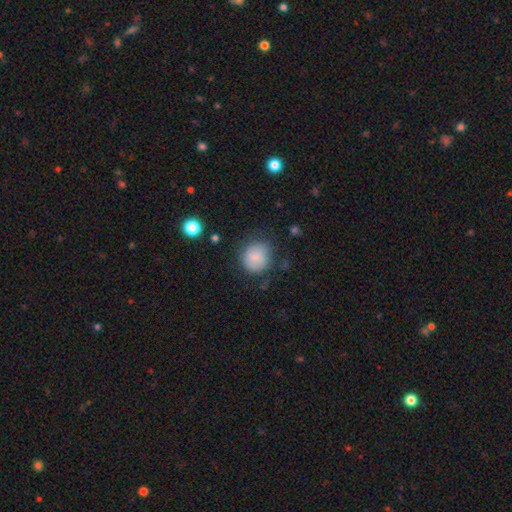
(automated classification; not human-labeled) Morphology: type=smooth (83%); roundness=round (86%); merging=none (71%).